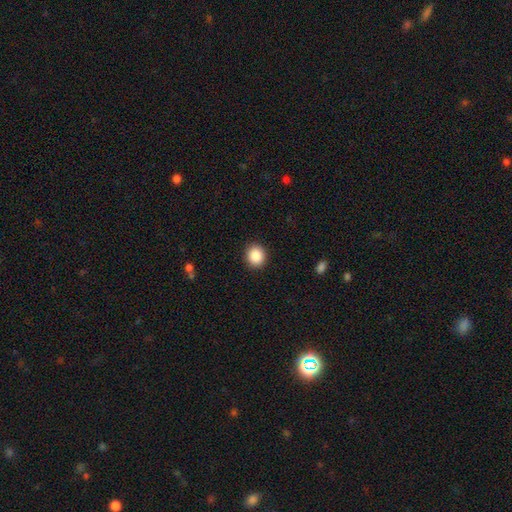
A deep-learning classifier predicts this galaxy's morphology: smooth-or-featured: smooth: 88% | star or artifact: 9% | featured or disk: 3%
  how-rounded: round: 78% | in between: 21% | cigar-shaped: 1%
  merging: none: 91% | minor disturbance: 6% | major disturbance: 2% | merger: 1%